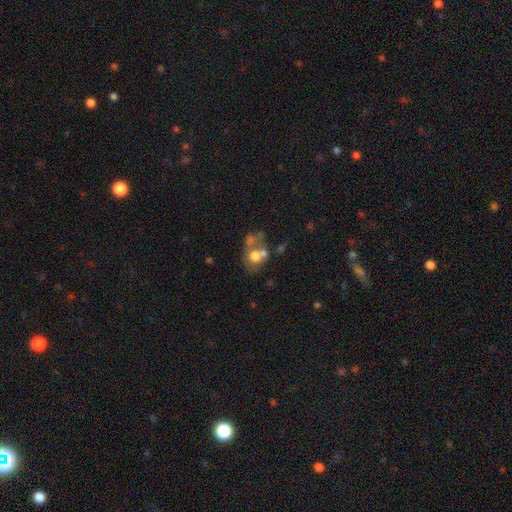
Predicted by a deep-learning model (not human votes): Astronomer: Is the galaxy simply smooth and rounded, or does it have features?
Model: smooth — 59%.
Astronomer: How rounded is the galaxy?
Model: round — 55% (runner-up: in between, 44%).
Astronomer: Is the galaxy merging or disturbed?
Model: merger — 49% (runner-up: none, 27%).